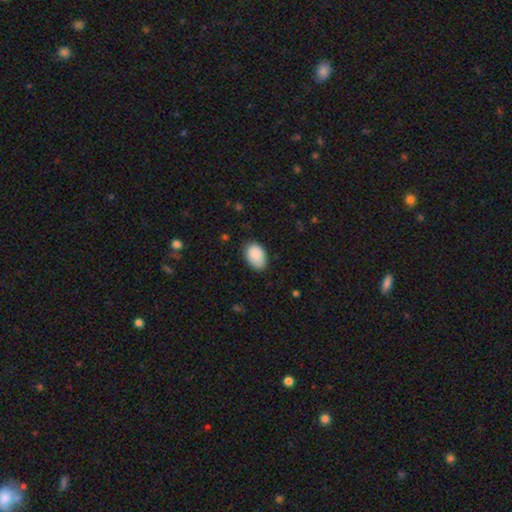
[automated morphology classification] The model was most divided on "merging": none: 76%, minor disturbance: 19%, major disturbance: 3%, merger: 1%. More confident: smooth or featured — smooth (89%); how rounded — in between (88%).